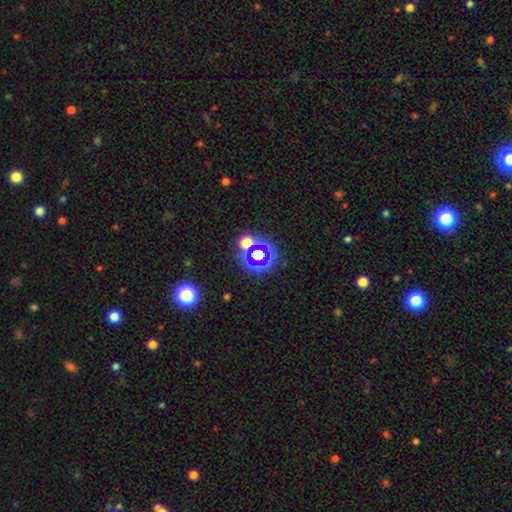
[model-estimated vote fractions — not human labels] Overall: star or artifact (54%; smooth 33%).